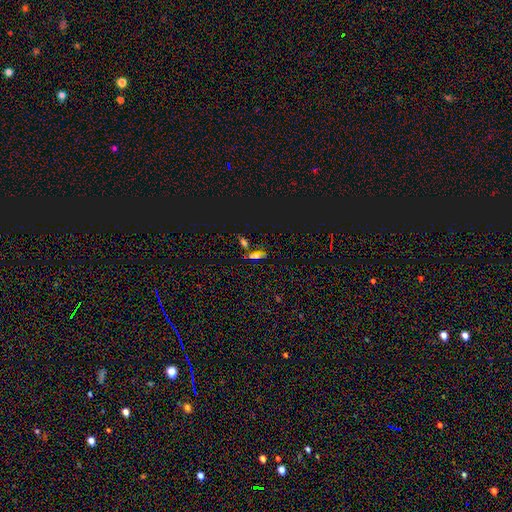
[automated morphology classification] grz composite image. It shows a smooth galaxy with no disk features (42%). Merging: none (60%).